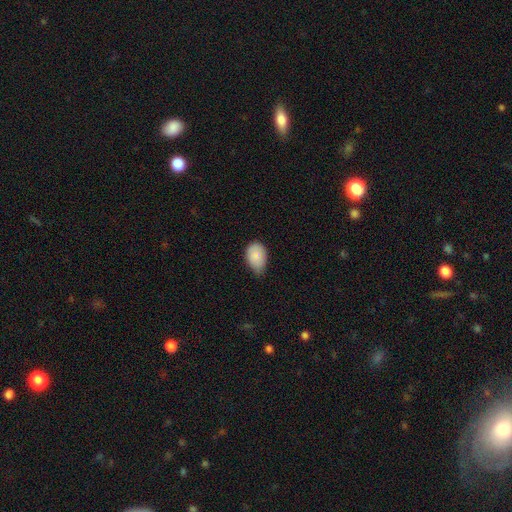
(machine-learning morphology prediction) A smooth galaxy with no disk features (85%) that is in between round and cigar-shaped (83%).

Vote fractions:
- Smooth or featured? smooth: 85% / featured or disk: 8% / star or artifact: 7%
- How rounded? in between: 83% / round: 16% / cigar-shaped: 1%
- Merging? minor disturbance: 50% / none: 42% / major disturbance: 7% / merger: 1%